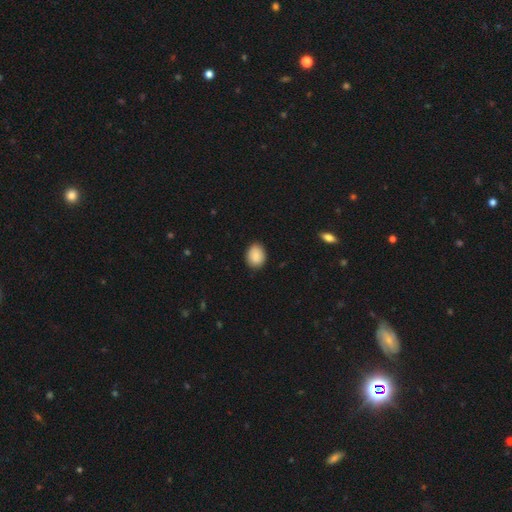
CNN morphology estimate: smooth 87%, star or artifact 7%, featured or disk 6%. Down the decision tree: how rounded — in between (52%); merging — none (86%).